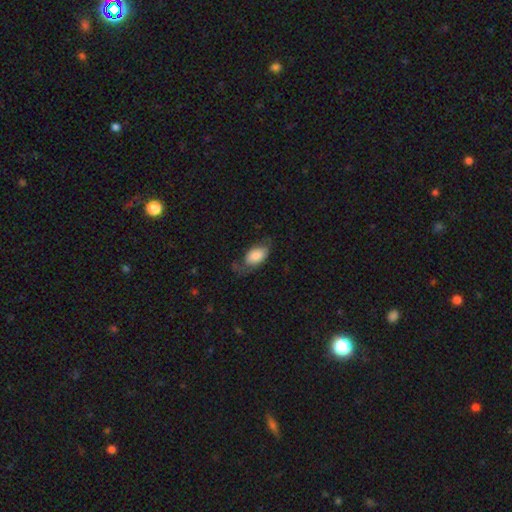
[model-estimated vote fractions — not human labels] Morphology: type=smooth (76%); roundness=in between (93%); merging=none (46%).